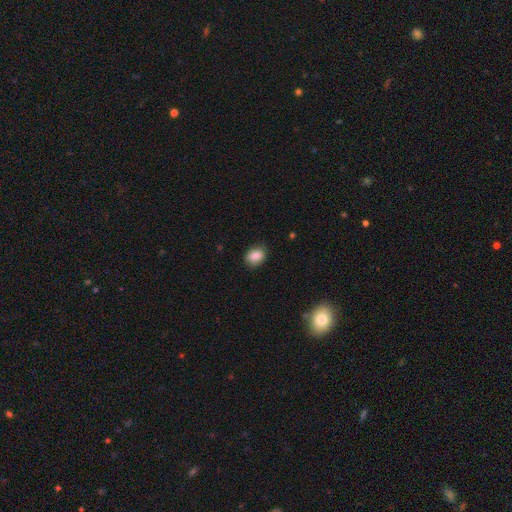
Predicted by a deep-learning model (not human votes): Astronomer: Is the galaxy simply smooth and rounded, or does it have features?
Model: smooth — 84%.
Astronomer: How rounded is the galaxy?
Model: in between — 60% (runner-up: round, 39%).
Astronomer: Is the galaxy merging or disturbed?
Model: none — 83%.